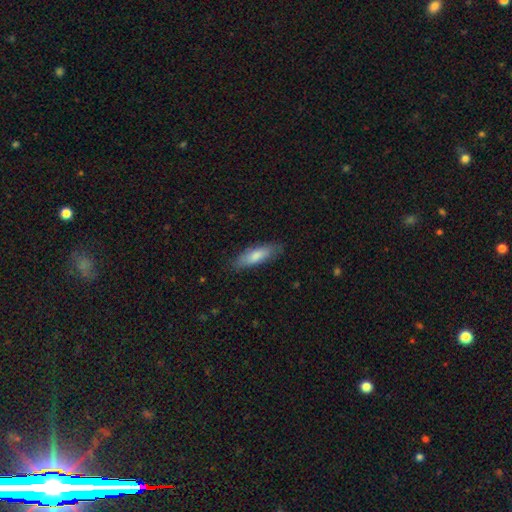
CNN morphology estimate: The model was most divided on "how rounded": in between: 50%, cigar-shaped: 48%, round: 2%. More confident: merging — none (81%); smooth or featured — smooth (79%).